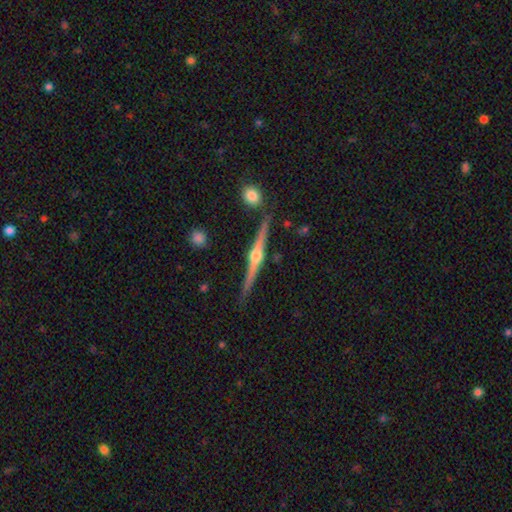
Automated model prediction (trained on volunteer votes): A featured or disk galaxy (84%) viewed edge-on (98%) with a rounded central bulge (95%).

Vote fractions:
- Smooth or featured? featured or disk: 84% / smooth: 10% / star or artifact: 6%
- Edge-on disk? yes: 98% / no: 2%
- Edge-on bulge? rounded: 95% / boxy: 3% / none: 2%
- Merging? none: 87% / minor disturbance: 9% / merger: 3% / major disturbance: 2%